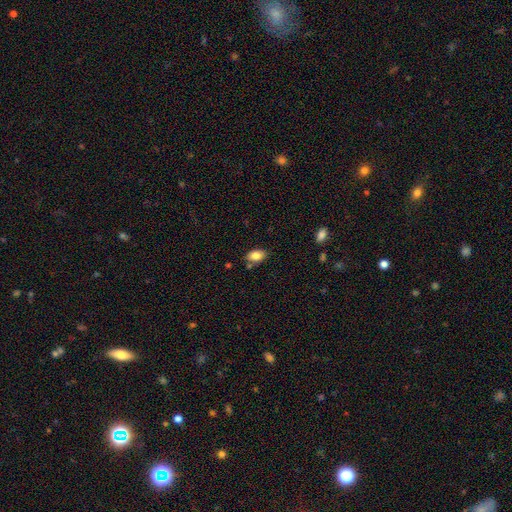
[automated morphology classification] Smooth or featured? smooth (83%)
How rounded? in between (89%)
Merging? none (76%)